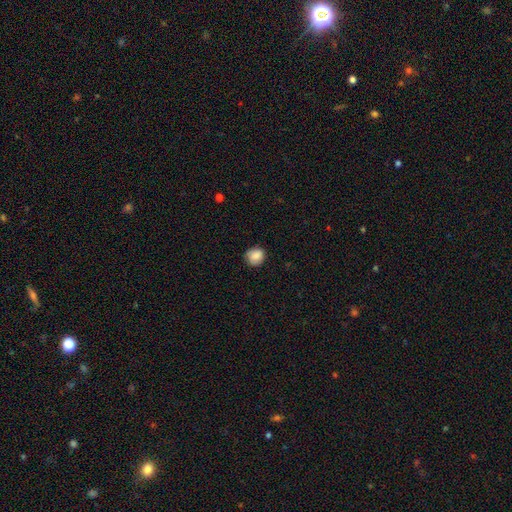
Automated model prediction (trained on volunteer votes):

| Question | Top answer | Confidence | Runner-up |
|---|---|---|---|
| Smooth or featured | smooth | 85% | star or artifact (8%) |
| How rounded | round | 86% | in between (13%) |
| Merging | none | 82% | minor disturbance (14%) |